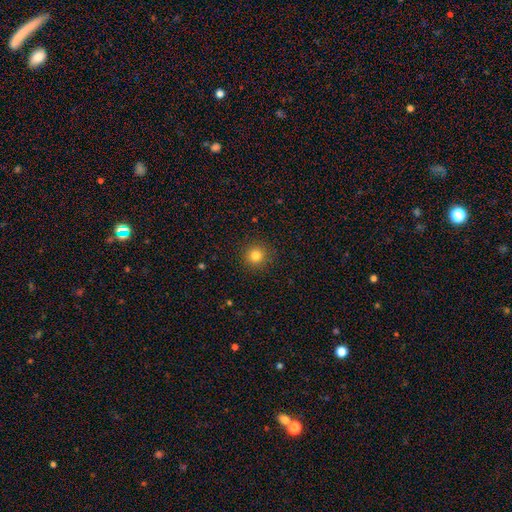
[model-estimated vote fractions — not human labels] smooth 81%, star or artifact 13%, featured or disk 6%. Down the decision tree: how rounded — round (94%); merging — none (91%).